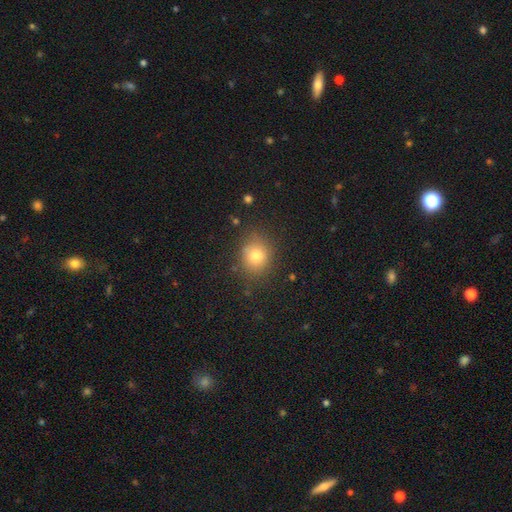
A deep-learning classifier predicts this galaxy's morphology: A smooth galaxy with no disk features (79%) that is round (74%). Merging: none (80%).